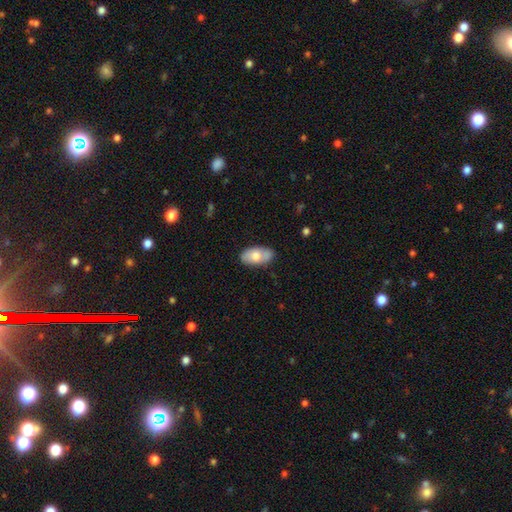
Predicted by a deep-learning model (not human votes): This appears to be a smooth galaxy with no disk features (69%) that is in between round and cigar-shaped (94%). Merging: none (82%).